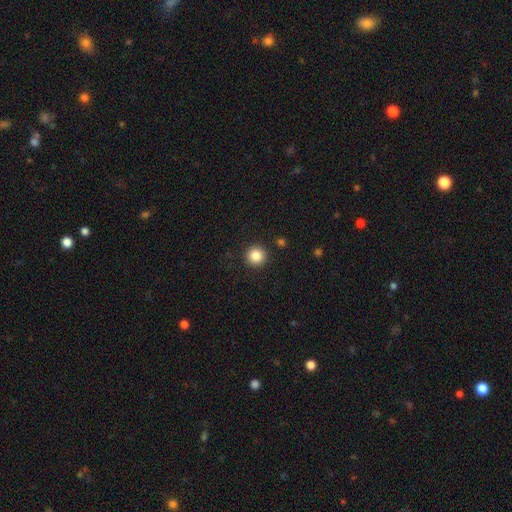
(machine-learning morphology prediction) smooth_or_featured: smooth (p=0.85) [alt: star or artifact p=0.10]
how_rounded: round (p=0.95) [alt: in between p=0.04]
merging: none (p=0.92) [alt: minor disturbance p=0.05]